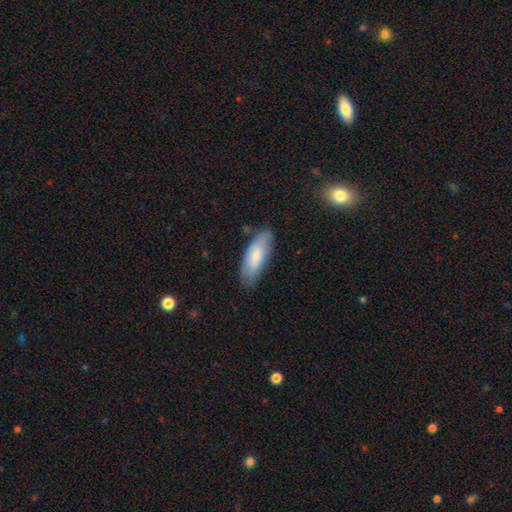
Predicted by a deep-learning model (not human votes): Morphology: type=smooth (71%); roundness=in between (70%); merging=none (75%).